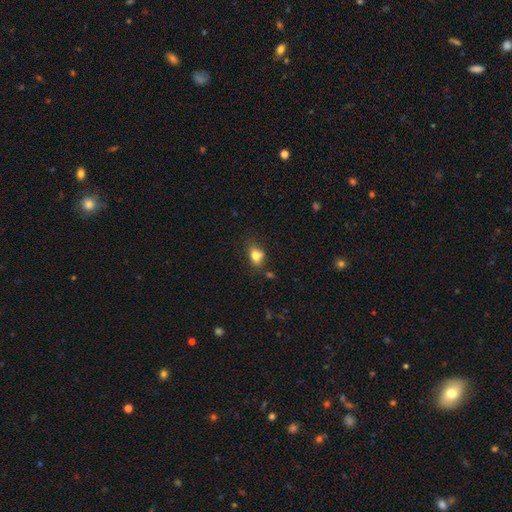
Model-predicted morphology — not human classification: This appears to be a smooth galaxy with no disk features (76%) that is in between round and cigar-shaped (70%). Merging: none (54%).